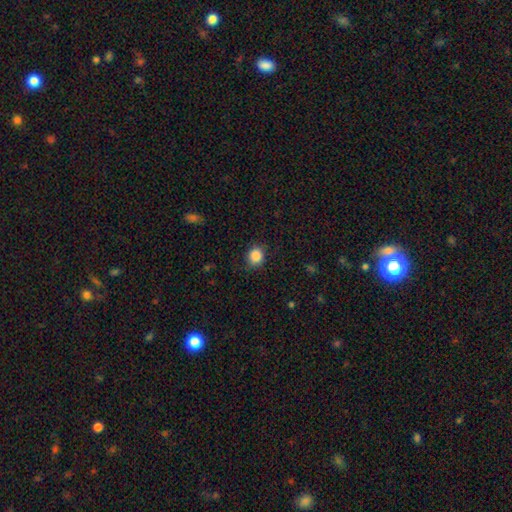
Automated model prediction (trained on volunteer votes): Q: Smooth or featured?
A: smooth (87%); runner-up: star or artifact (10%)
Q: How rounded?
A: round (75%); runner-up: in between (24%)
Q: Merging?
A: none (83%); runner-up: minor disturbance (13%)